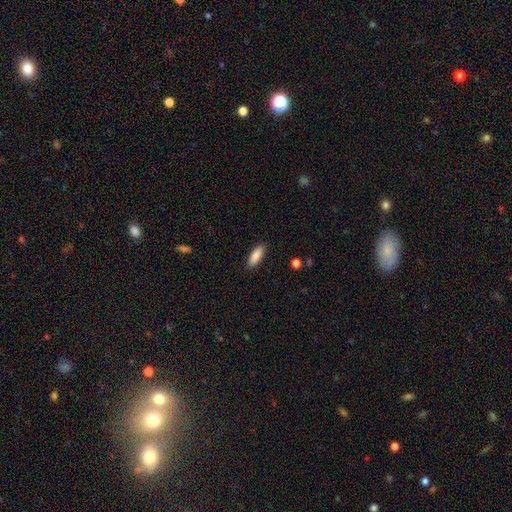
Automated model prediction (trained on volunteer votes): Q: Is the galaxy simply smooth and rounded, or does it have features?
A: smooth — 88%.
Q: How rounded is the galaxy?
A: in between — 67%.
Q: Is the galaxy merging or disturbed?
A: none — 89%.